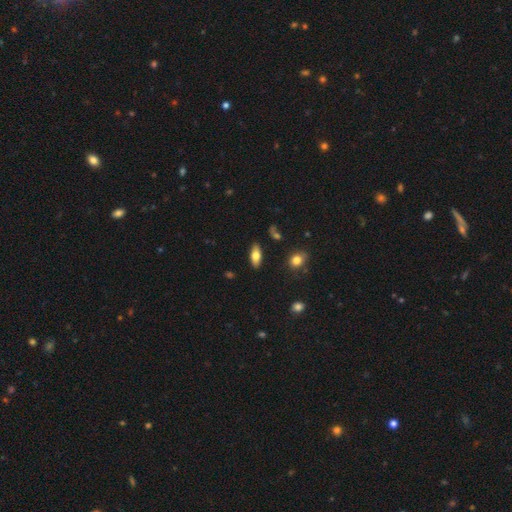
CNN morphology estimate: smooth 70%, featured or disk 23%, star or artifact 7%. Down the decision tree: how rounded — in between (82%); merging — none (87%).